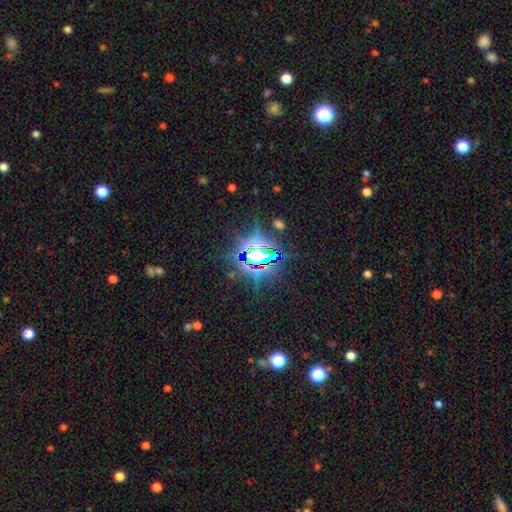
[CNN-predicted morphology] Smooth or featured? Predicted: star or artifact (p=0.76).